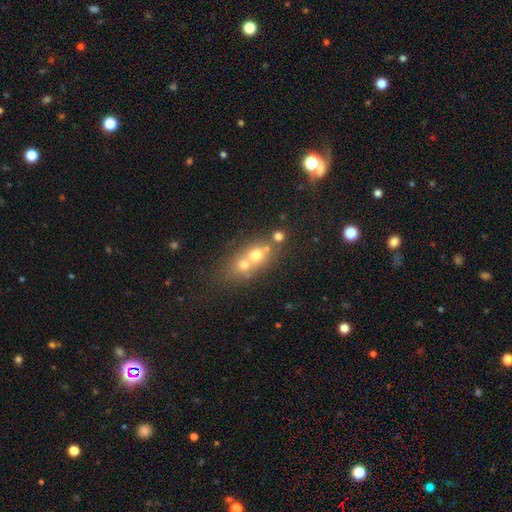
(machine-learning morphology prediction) smooth-or-featured: smooth: 54% | featured or disk: 28% | star or artifact: 18%
  how-rounded: round: 57% | in between: 38% | cigar-shaped: 5%
  merging: merger: 57% | none: 32% | minor disturbance: 7% | major disturbance: 4%